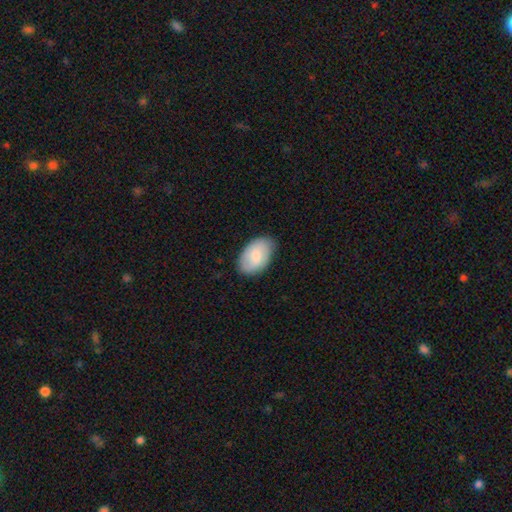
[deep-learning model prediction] smooth-or-featured: smooth: 72% | featured or disk: 22% | star or artifact: 6%
  how-rounded: in between: 92% | round: 7% | cigar-shaped: 1%
  merging: none: 79% | minor disturbance: 17% | major disturbance: 3% | merger: 1%